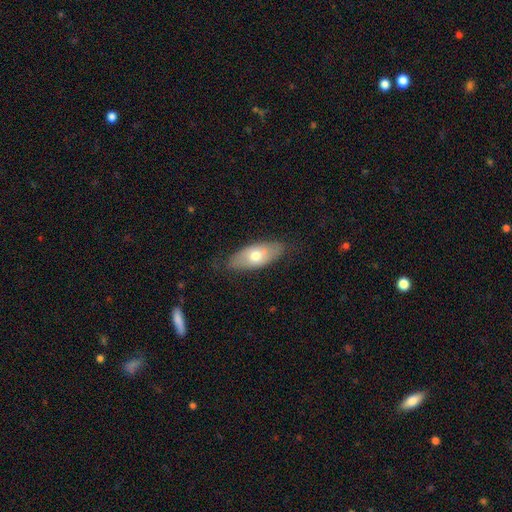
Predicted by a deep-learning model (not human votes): Smooth or featured? Predicted: smooth (p=0.63). How rounded? Predicted: in between (p=0.84). Merging? Predicted: none (p=0.78).